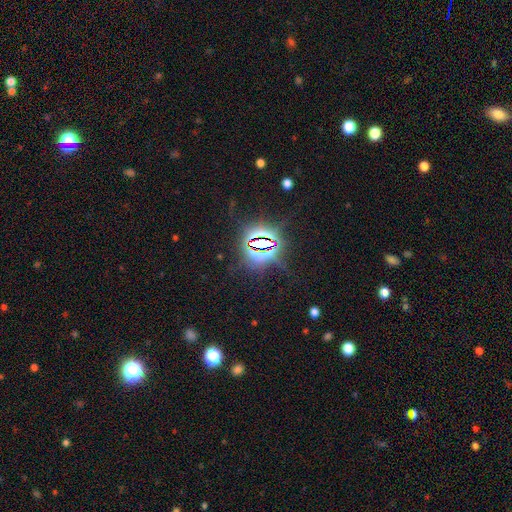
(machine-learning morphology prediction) This is clearly a star or artifact rather than a galaxy (84%).